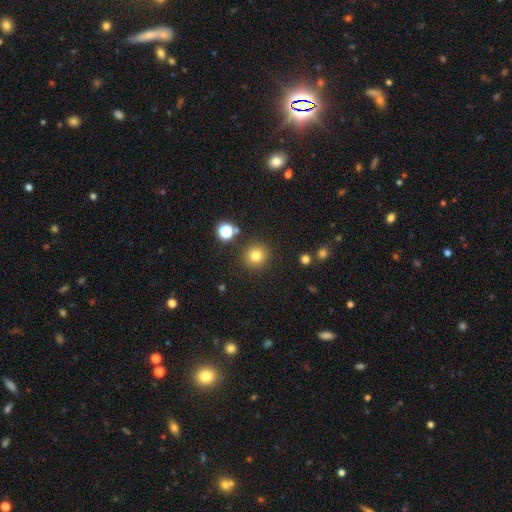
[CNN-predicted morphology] smooth_or_featured: smooth (p=0.79) [alt: star or artifact p=0.14]
how_rounded: round (p=0.93) [alt: in between p=0.06]
merging: none (p=0.88) [alt: minor disturbance p=0.06]